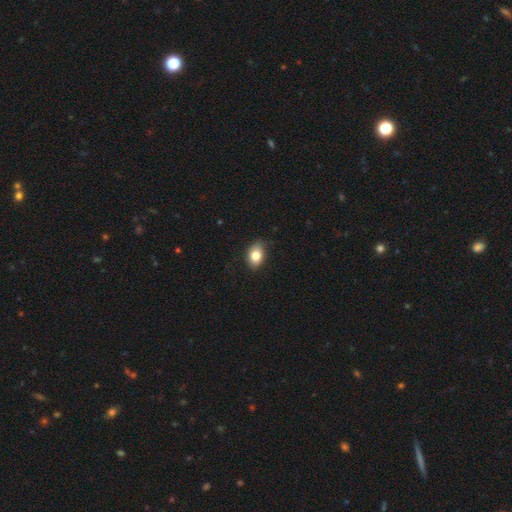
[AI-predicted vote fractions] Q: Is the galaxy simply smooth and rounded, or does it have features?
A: smooth — 82%.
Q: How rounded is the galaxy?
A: in between — 81%.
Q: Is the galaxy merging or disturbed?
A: none — 81%.